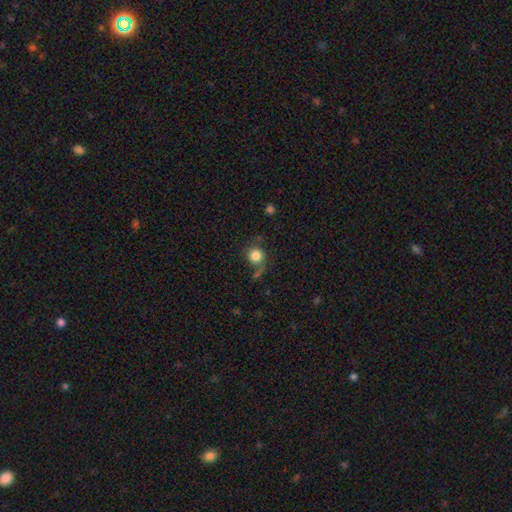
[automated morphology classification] smooth_or_featured: smooth (p=0.82) [alt: star or artifact p=0.10]
how_rounded: round (p=0.91) [alt: in between p=0.08]
merging: none (p=0.62) [alt: minor disturbance p=0.15]